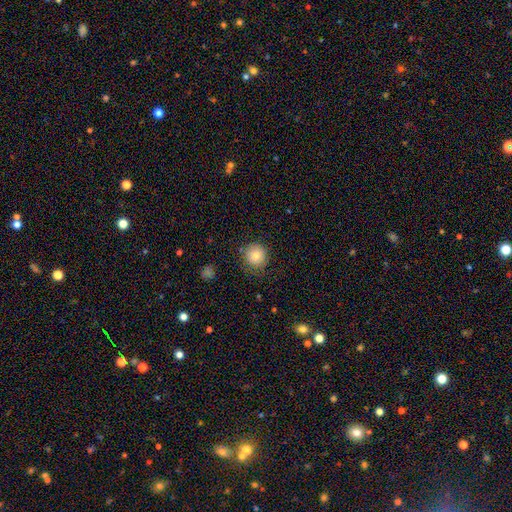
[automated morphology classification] Overall: smooth (81%). How rounded: round (91%). Merging: none (78%).